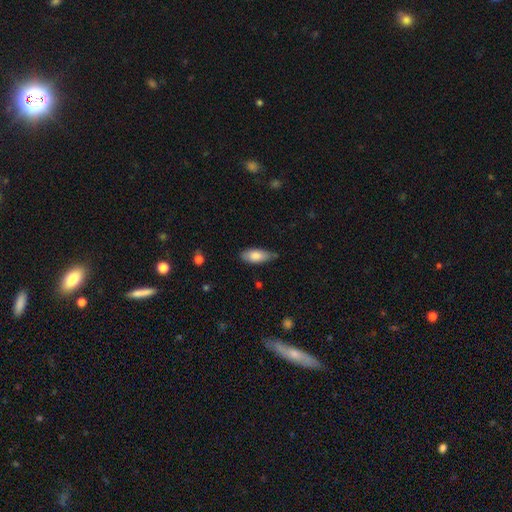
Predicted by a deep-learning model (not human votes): Overall: smooth (81%). How rounded: in between (82%). Merging: none (66%; minor disturbance 28%).